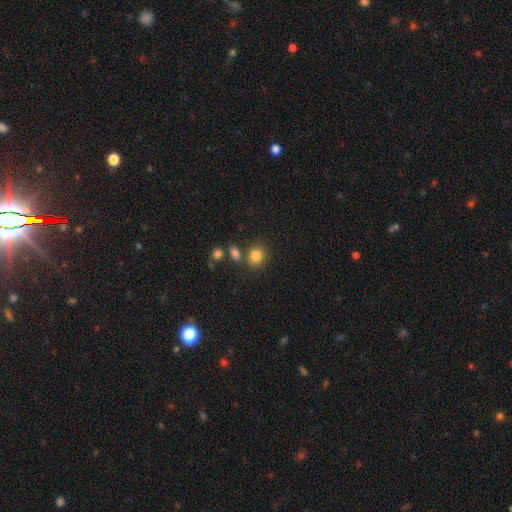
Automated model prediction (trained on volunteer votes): A smooth galaxy with no disk features (82%) that is round (77%).

Vote fractions:
- Smooth or featured? smooth: 82% / star or artifact: 12% / featured or disk: 6%
- How rounded? round: 77% / in between: 22% / cigar-shaped: 1%
- Merging? none: 70% / merger: 15% / minor disturbance: 11% / major disturbance: 4%